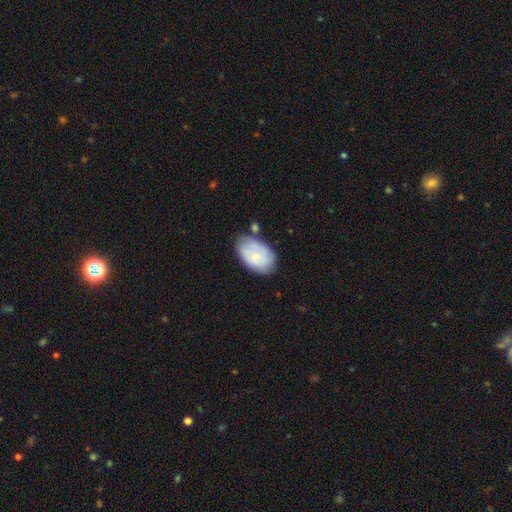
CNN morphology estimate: Smooth or featured? Predicted: smooth (p=0.67). How rounded? Predicted: in between (p=0.91). Merging? Predicted: none (p=0.60).